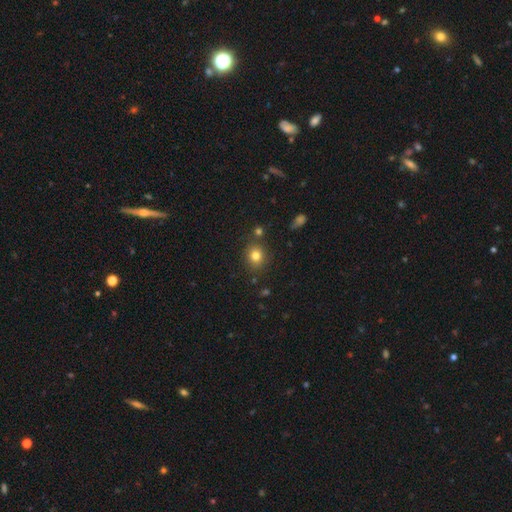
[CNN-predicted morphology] type=smooth (79%); roundness=round (78%); merging=none (82%).